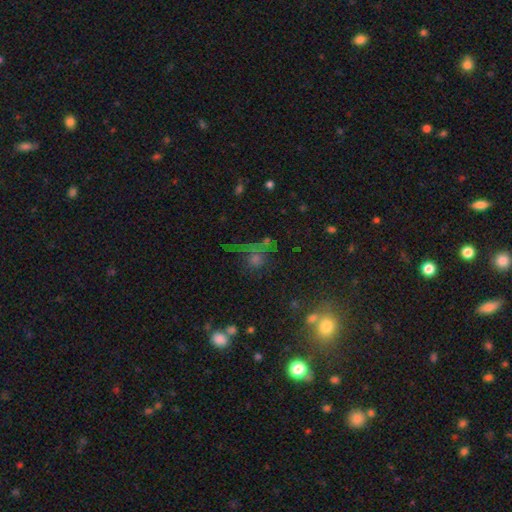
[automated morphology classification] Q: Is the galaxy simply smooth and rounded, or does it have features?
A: smooth — 46%.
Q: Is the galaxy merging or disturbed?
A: none — 45%.